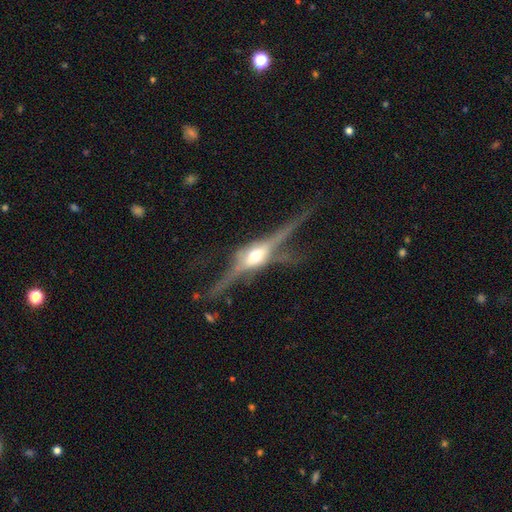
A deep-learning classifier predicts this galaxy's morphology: type=featured or disk (86%); edge-on=yes (92%); edge-on bulge=rounded (89%); merging=none (64%).